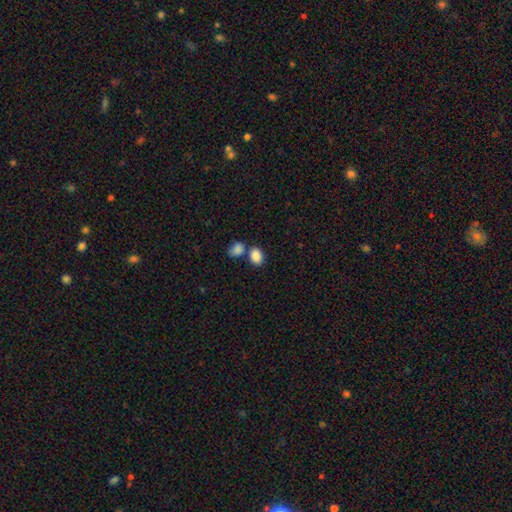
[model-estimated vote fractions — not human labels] Smooth or featured: smooth — 87% (star or artifact — 8%)
How rounded: in between — 73% (round — 26%)
Merging: none — 56% (merger — 29%)